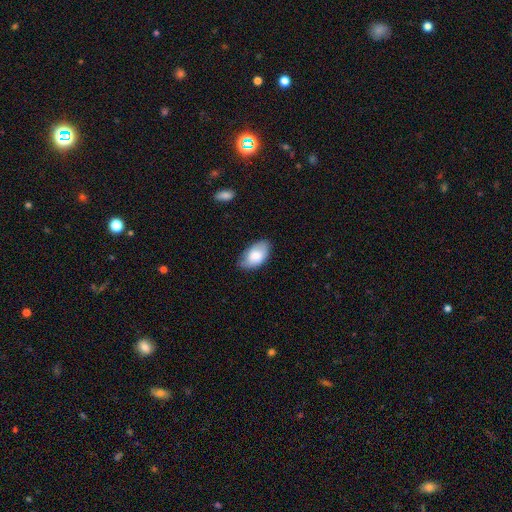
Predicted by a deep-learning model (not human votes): A smooth galaxy with no disk features (80%) that is in between round and cigar-shaped (94%). Merging: none (72%).